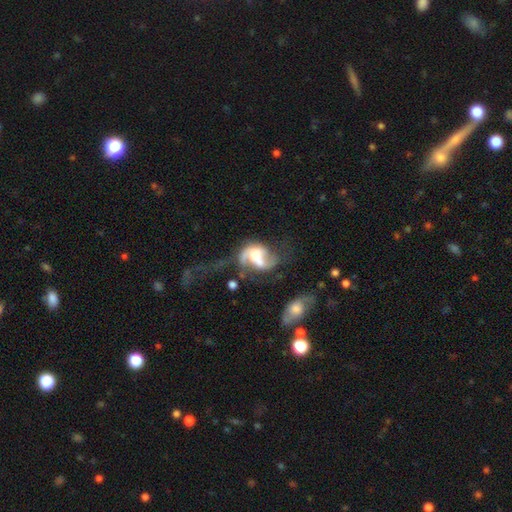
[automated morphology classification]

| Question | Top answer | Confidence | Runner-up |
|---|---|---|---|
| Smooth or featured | featured or disk | 71% | smooth (21%) |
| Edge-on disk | no | 97% | yes (3%) |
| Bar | no | 59% | weak (30%) |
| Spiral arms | yes | 76% | no (24%) |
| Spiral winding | loose | 48% | medium (37%) |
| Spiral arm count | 2 | 66% | 1 (16%) |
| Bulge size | moderate | 36% | large (33%) |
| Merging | major disturbance | 37% | merger (29%) |